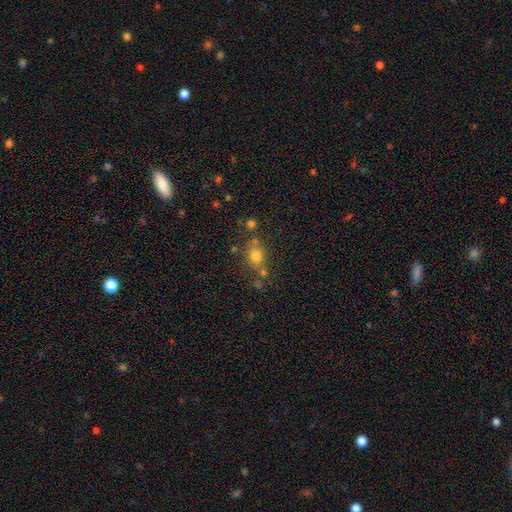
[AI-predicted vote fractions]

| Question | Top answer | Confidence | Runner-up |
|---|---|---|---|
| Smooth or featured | smooth | 74% | star or artifact (16%) |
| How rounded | round | 71% | in between (28%) |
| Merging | none | 66% | merger (16%) |